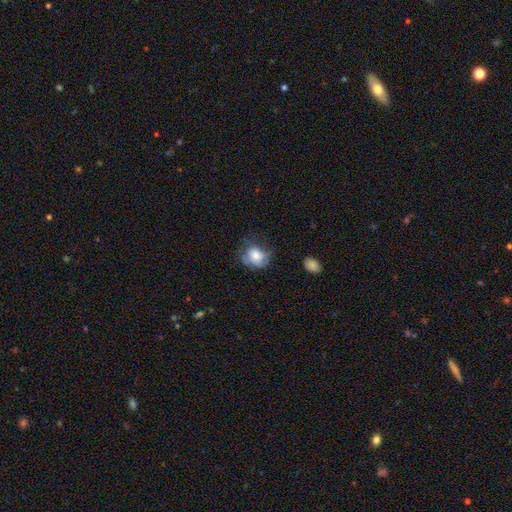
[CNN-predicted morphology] A smooth galaxy with no disk features (71%) that is round (57%).

Vote fractions:
- Smooth or featured? smooth: 71% / featured or disk: 20% / star or artifact: 9%
- How rounded? round: 57% / in between: 42% / cigar-shaped: 1%
- Merging? none: 49% / minor disturbance: 31% / major disturbance: 19% / merger: 2%